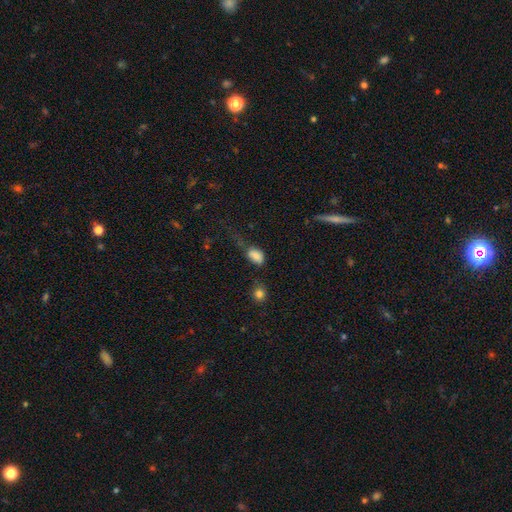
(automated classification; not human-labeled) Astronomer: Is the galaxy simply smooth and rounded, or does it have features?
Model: smooth — 81%.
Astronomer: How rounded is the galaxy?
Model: in between — 85%.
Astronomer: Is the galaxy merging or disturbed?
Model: none — 33% (runner-up: minor disturbance, 30%).